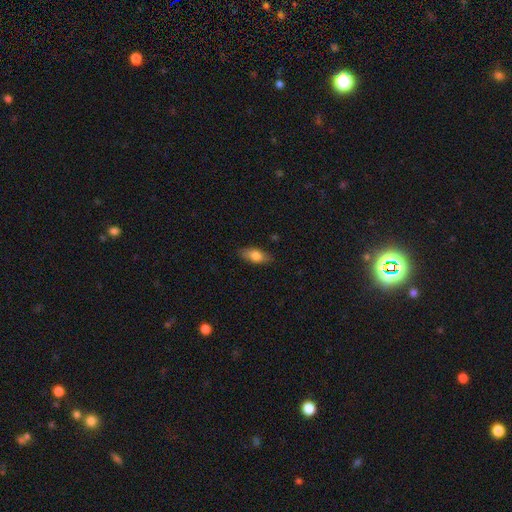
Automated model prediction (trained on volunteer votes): Smooth or featured? smooth (75%)
How rounded? in between (81%)
Merging? none (85%)